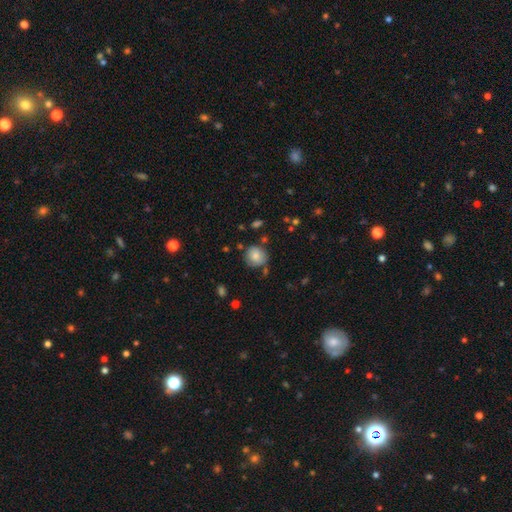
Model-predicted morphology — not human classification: type=smooth (79%); roundness=round (87%); merging=none (76%).